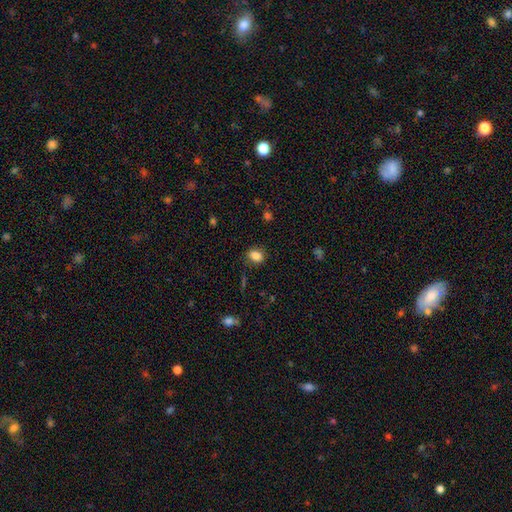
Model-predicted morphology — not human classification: smooth_or_featured: smooth (p=0.85) [alt: star or artifact p=0.10]
how_rounded: in between (p=0.64) [alt: round p=0.35]
merging: none (p=0.83) [alt: minor disturbance p=0.12]